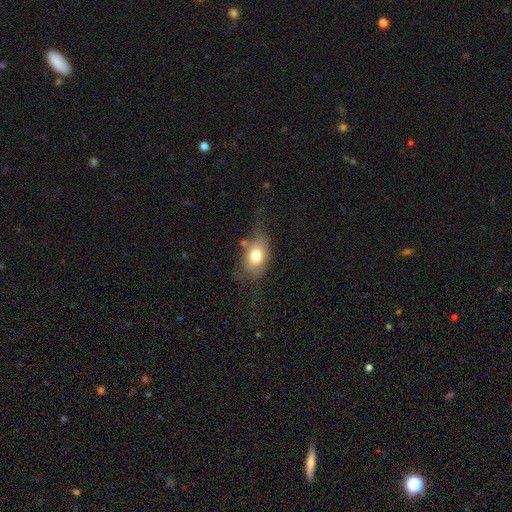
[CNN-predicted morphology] type=smooth (72%); roundness=in between (79%); merging=none (48%).